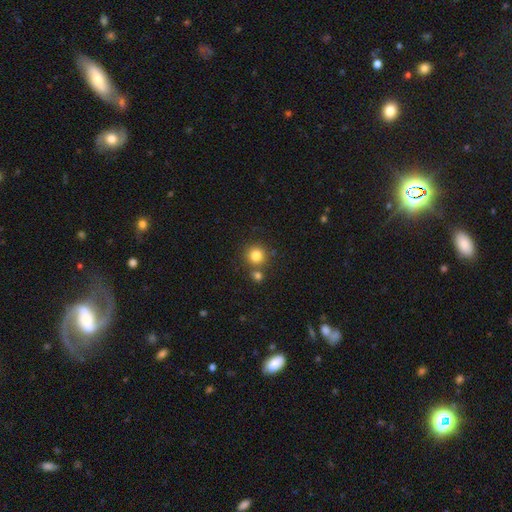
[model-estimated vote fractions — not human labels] This appears to be a smooth galaxy with no disk features (82%) that is round (93%). Merging: none (72%).